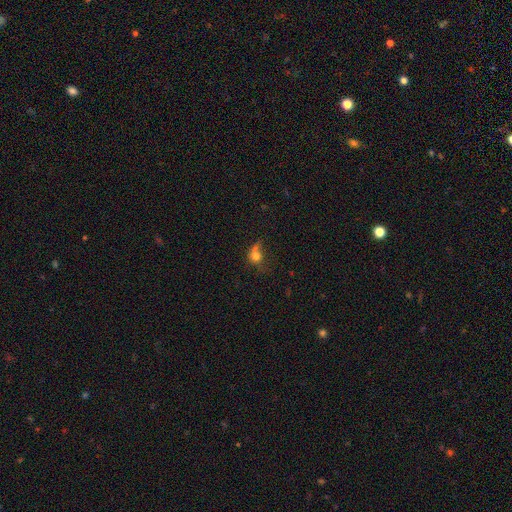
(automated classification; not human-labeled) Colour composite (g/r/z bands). It shows a smooth galaxy with no disk features (70%) that is round (63%). Merging: none (32%).